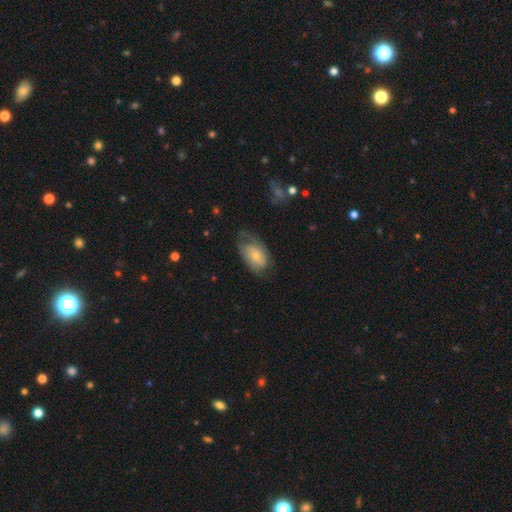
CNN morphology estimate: smooth 53%, featured or disk 40%, star or artifact 7%. Down the decision tree: how rounded — in between (89%); merging — none (45%).